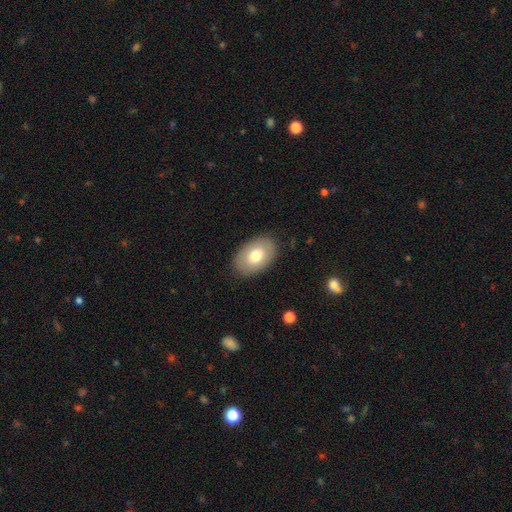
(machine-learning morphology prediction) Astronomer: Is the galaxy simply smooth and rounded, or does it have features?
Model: smooth — 75%.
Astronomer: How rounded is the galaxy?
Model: in between — 89%.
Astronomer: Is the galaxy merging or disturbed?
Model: none — 86%.